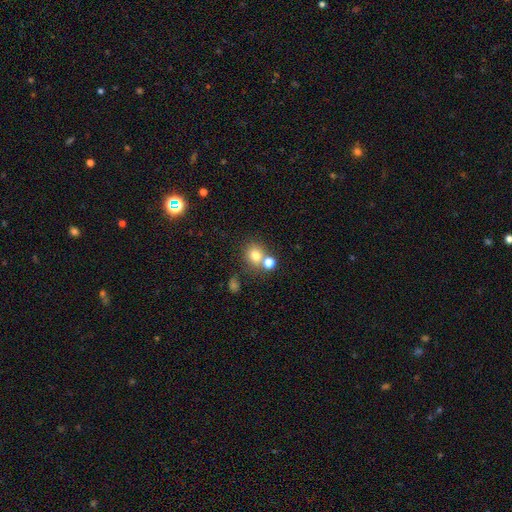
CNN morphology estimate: Smooth or featured? Predicted: smooth (p=0.76). How rounded? Predicted: round (p=0.76). Merging? Predicted: none (p=0.57).